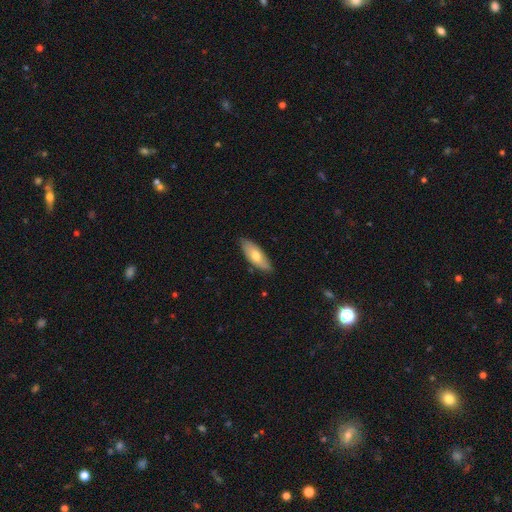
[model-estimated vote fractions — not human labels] smooth 64%, featured or disk 30%, star or artifact 6%. Down the decision tree: how rounded — in between (73%); merging — none (82%).